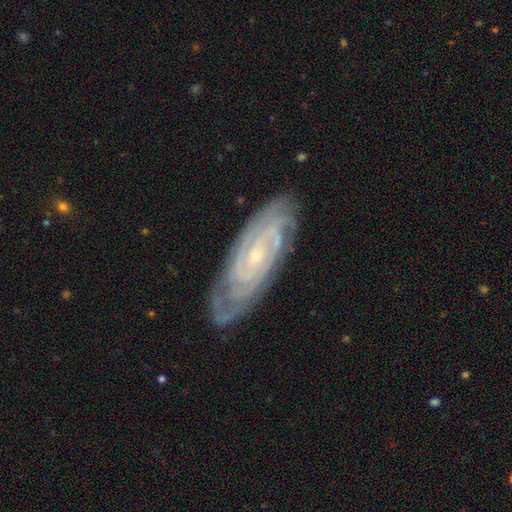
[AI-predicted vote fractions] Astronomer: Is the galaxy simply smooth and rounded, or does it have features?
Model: featured or disk — 87%.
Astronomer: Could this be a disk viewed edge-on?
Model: no — 90%.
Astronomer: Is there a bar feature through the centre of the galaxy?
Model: no — 56% (runner-up: weak, 33%).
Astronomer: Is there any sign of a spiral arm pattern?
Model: yes — 98%.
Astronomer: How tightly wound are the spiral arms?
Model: tight — 80%.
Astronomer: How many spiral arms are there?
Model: can't tell — 27% (runner-up: 2, 26%).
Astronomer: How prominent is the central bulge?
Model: small — 77%.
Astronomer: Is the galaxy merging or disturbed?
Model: none — 80%.